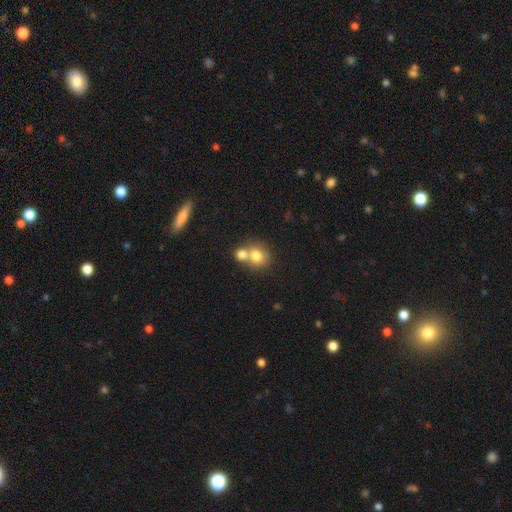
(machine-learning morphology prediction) Q: Smooth or featured?
A: smooth (76%); runner-up: featured or disk (14%)
Q: How rounded?
A: round (75%); runner-up: in between (24%)
Q: Merging?
A: merger (57%); runner-up: none (34%)